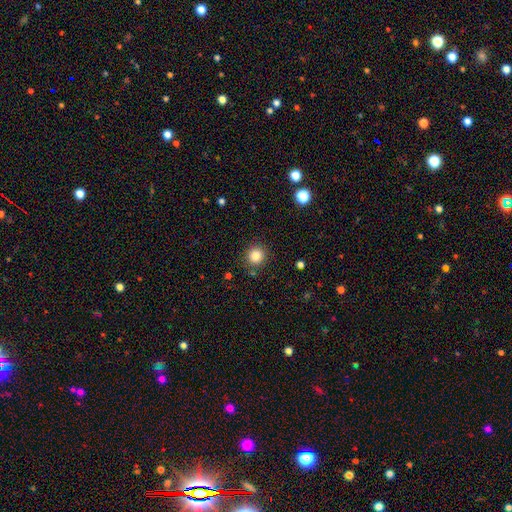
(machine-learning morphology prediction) Q: Smooth or featured?
A: smooth (83%); runner-up: star or artifact (11%)
Q: How rounded?
A: round (91%); runner-up: in between (8%)
Q: Merging?
A: none (88%); runner-up: minor disturbance (7%)